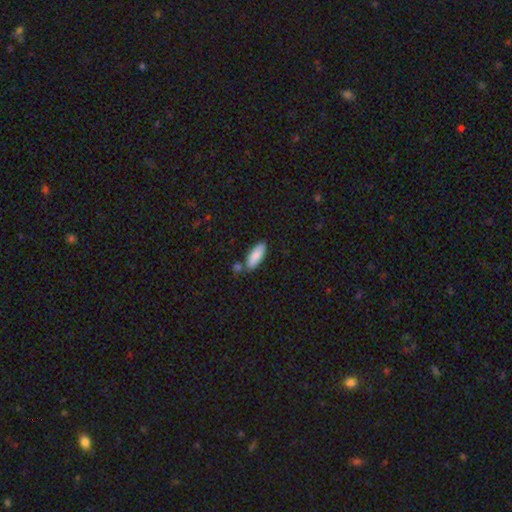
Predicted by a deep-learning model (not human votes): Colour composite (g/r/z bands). It shows a smooth galaxy with no disk features (86%) that is in between round and cigar-shaped (72%). Merging: none (74%).